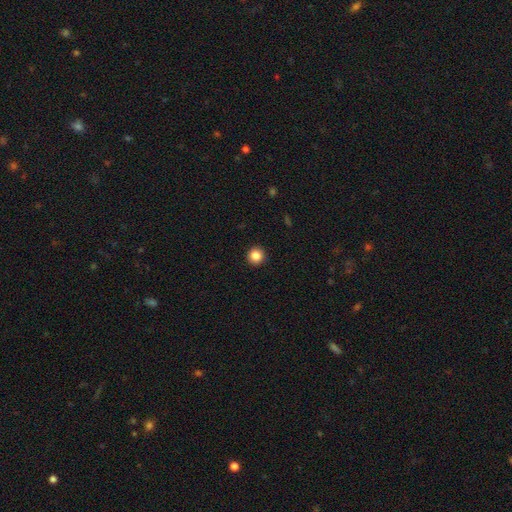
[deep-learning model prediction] Morphology: type=smooth (85%); roundness=round (94%); merging=none (93%).